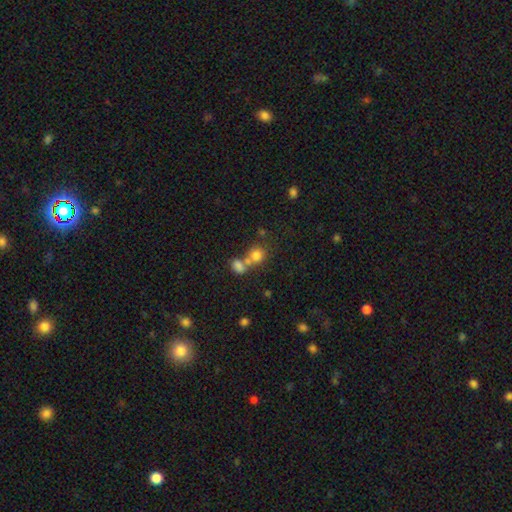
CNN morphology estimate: Smooth or featured? smooth (77%)
How rounded? round (73%)
Merging? merger (45%)